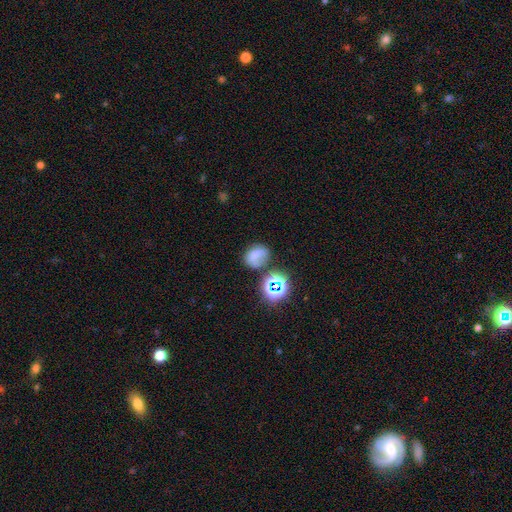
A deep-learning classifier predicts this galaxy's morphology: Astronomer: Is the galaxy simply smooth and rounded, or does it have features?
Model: smooth — 62%.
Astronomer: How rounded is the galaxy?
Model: in between — 54% (runner-up: round, 45%).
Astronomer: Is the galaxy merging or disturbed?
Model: none — 59%.